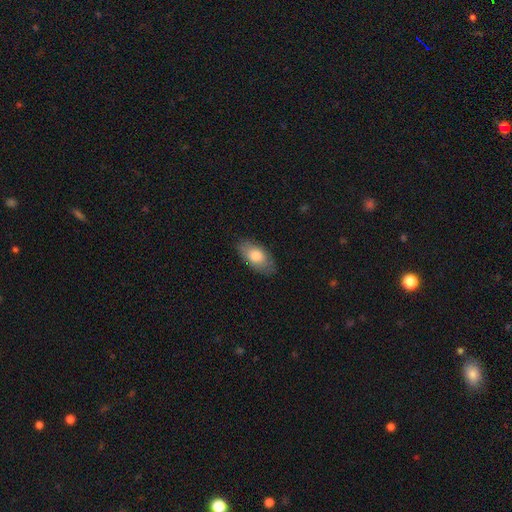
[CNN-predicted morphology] Overall: smooth (76%). How rounded: in between (92%). Merging: none (82%).